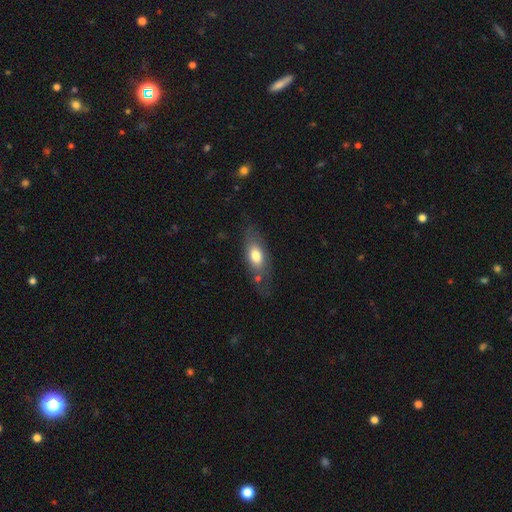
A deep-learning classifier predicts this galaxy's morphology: smooth-or-featured: smooth: 67% | featured or disk: 26% | star or artifact: 7%
  how-rounded: in between: 80% | cigar-shaped: 15% | round: 5%
  merging: none: 65% | minor disturbance: 21% | major disturbance: 9% | merger: 4%